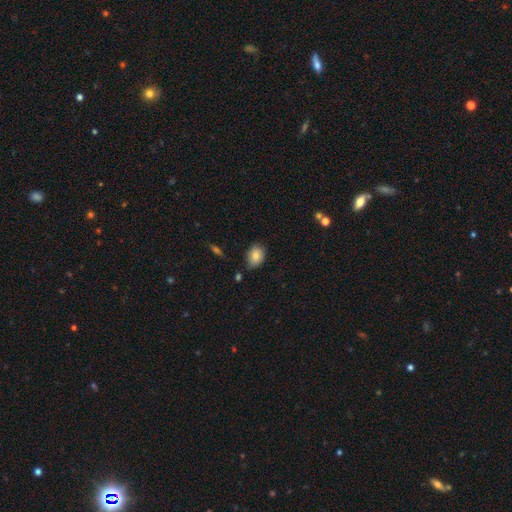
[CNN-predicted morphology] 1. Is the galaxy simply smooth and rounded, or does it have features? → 82% smooth, 9% featured or disk, 8% star or artifact.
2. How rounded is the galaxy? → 71% in between, 27% round, 1% cigar-shaped.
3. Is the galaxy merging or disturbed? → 76% none, 18% minor disturbance, 3% major disturbance, 3% merger.